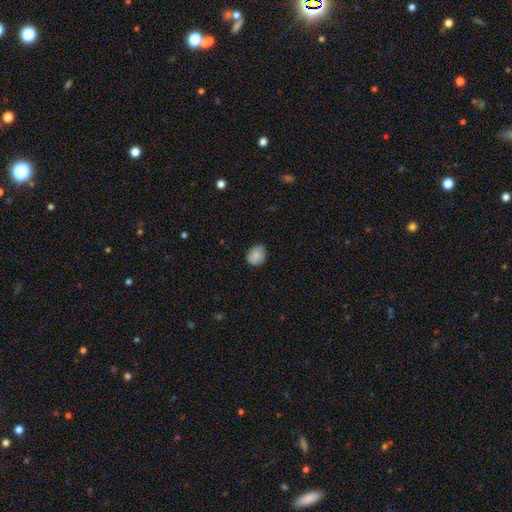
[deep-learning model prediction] Morphology: type=smooth (85%); roundness=round (66%); merging=none (69%).